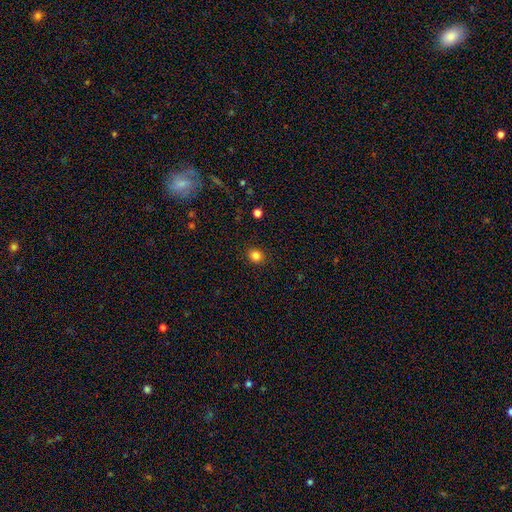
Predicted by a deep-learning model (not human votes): Smooth or featured?
  - smooth: 84% *
  - star or artifact: 12%
  - featured or disk: 4%
How rounded?
  - round: 80% *
  - in between: 19%
  - cigar-shaped: 1%
Merging?
  - none: 91% *
  - minor disturbance: 6%
  - major disturbance: 2%
  - merger: 1%